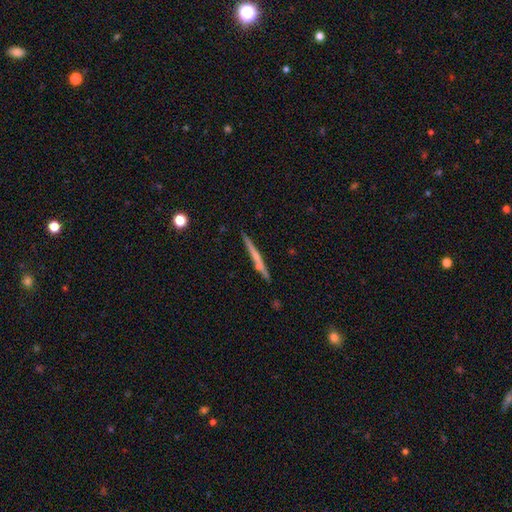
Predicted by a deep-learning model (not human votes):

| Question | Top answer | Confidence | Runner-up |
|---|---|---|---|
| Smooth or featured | featured or disk | 53% | smooth (40%) |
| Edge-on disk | yes | 97% | no (3%) |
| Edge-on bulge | none | 67% | rounded (26%) |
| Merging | none | 83% | minor disturbance (10%) |